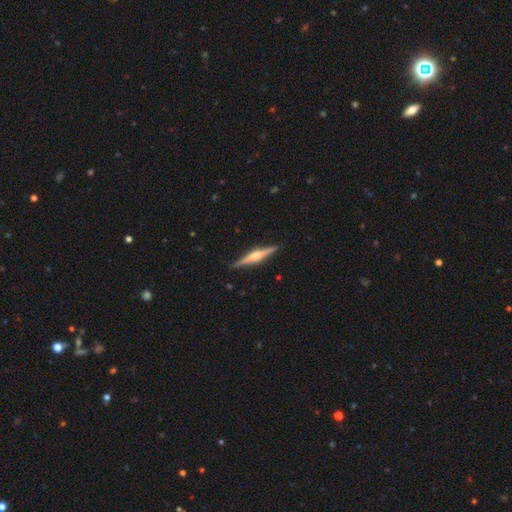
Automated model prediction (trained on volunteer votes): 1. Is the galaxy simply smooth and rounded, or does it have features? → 72% featured or disk, 22% smooth, 5% star or artifact.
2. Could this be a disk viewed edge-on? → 98% yes, 2% no.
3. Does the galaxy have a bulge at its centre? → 78% rounded, 15% boxy, 6% none.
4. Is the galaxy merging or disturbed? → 90% none, 7% minor disturbance, 2% major disturbance, 1% merger.